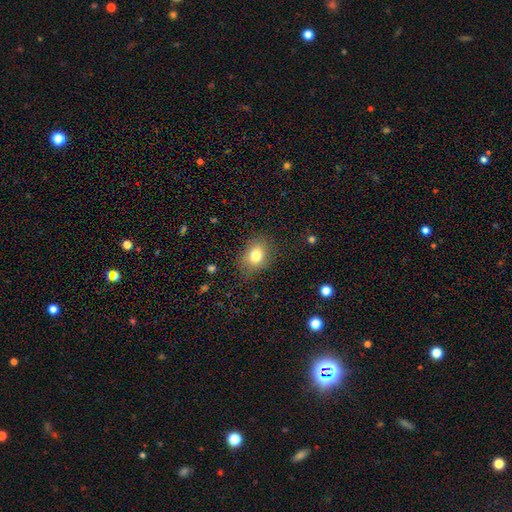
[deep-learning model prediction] Overall: smooth (78%). How rounded: in between (54%; round 45%). Merging: none (79%).